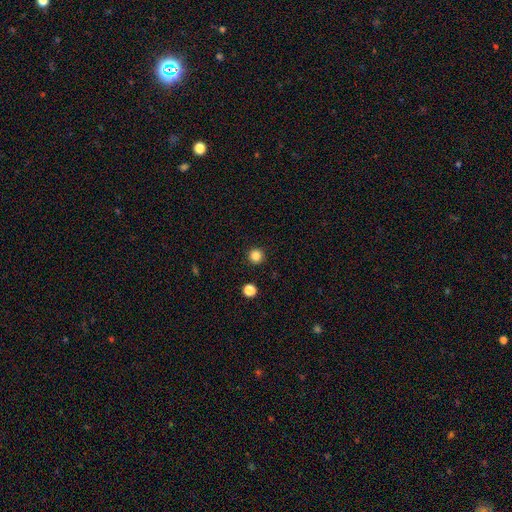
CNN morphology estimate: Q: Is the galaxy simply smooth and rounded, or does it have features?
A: smooth — 85%.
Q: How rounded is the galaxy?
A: round — 96%.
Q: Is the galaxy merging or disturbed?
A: none — 93%.